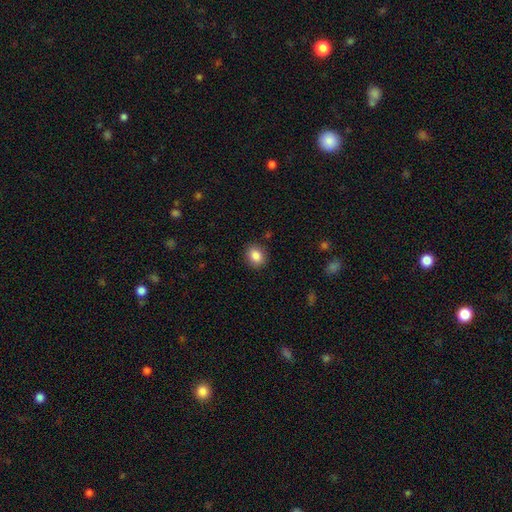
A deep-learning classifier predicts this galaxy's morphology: Smooth or featured? smooth (86%)
How rounded? round (59%)
Merging? none (88%)